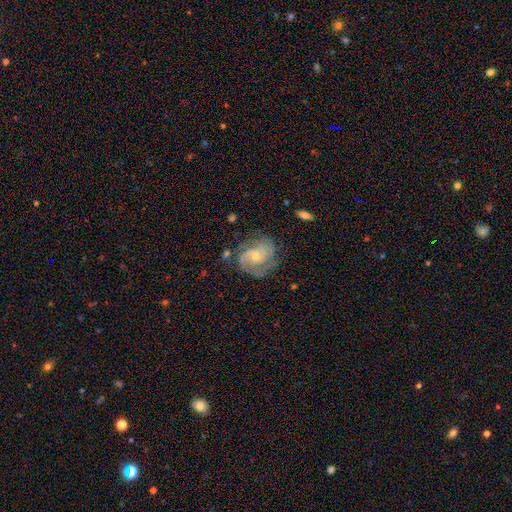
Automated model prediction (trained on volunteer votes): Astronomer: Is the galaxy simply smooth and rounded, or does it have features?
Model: featured or disk — 85%.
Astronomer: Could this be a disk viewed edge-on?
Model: no — 98%.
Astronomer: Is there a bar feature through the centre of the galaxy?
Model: no — 69%.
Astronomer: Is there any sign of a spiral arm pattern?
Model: yes — 96%.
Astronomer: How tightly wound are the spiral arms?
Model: tight — 48% (runner-up: medium, 42%).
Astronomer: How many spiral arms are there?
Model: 2 — 44% (runner-up: 3, 25%).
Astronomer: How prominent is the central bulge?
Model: small — 64%.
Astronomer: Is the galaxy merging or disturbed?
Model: none — 68%.